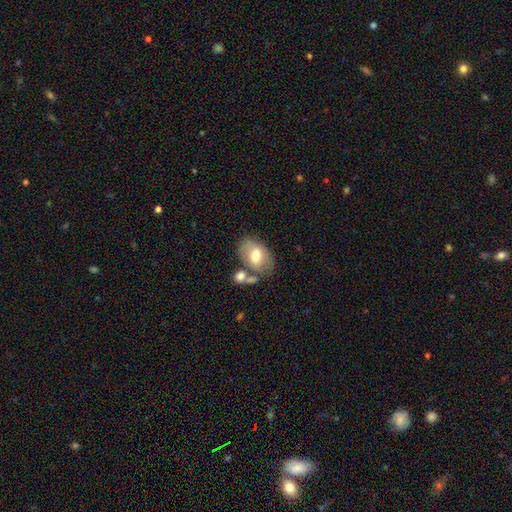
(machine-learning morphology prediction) This appears to be a smooth galaxy with no disk features (62%) that is in between round and cigar-shaped (83%). Merging: none (51%).